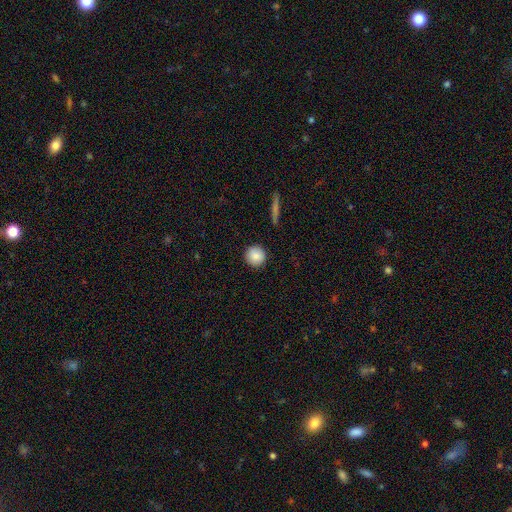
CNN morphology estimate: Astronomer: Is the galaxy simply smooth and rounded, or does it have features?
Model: smooth — 86%.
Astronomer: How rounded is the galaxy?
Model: round — 94%.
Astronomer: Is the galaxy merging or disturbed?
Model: none — 91%.